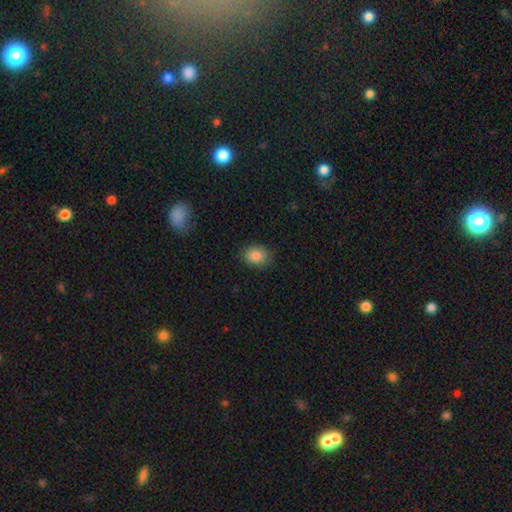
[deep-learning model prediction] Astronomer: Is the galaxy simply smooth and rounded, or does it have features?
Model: smooth — 86%.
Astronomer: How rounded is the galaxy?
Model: in between — 63%.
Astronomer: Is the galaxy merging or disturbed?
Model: none — 83%.